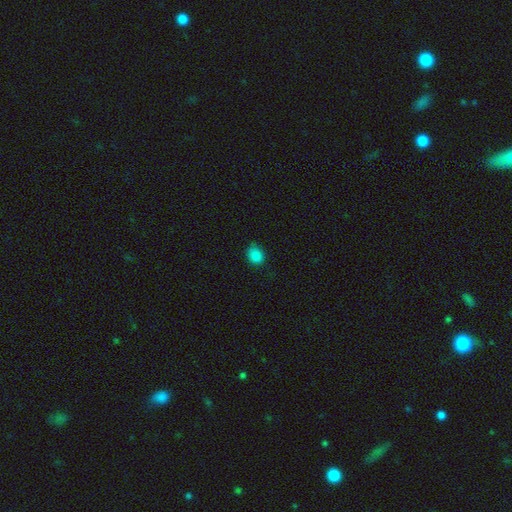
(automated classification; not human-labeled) Smooth or featured?
  - smooth: 85% *
  - star or artifact: 11%
  - featured or disk: 4%
How rounded?
  - round: 56% *
  - in between: 43%
  - cigar-shaped: 1%
Merging?
  - none: 71% *
  - minor disturbance: 24%
  - major disturbance: 4%
  - merger: 1%